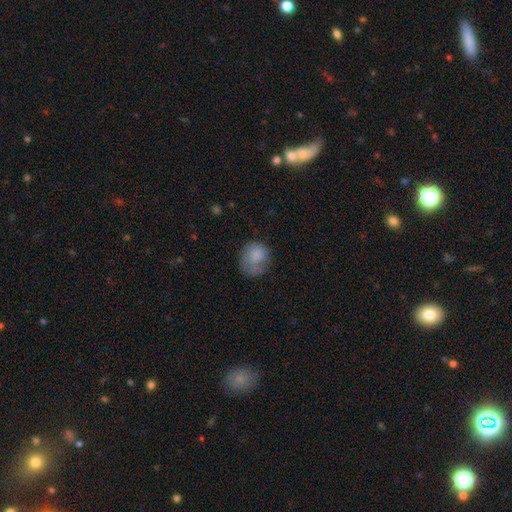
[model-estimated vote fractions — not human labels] The model was most divided on "merging": none: 48%, minor disturbance: 28%, major disturbance: 20%, merger: 4%. More confident: smooth or featured — smooth (77%); how rounded — round (69%).